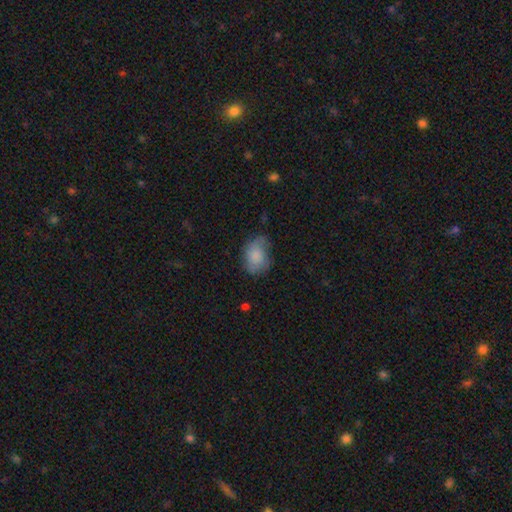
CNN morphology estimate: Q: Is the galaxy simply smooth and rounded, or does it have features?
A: smooth — 76%.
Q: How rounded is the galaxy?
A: in between — 76%.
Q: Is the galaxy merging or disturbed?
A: none — 47%.